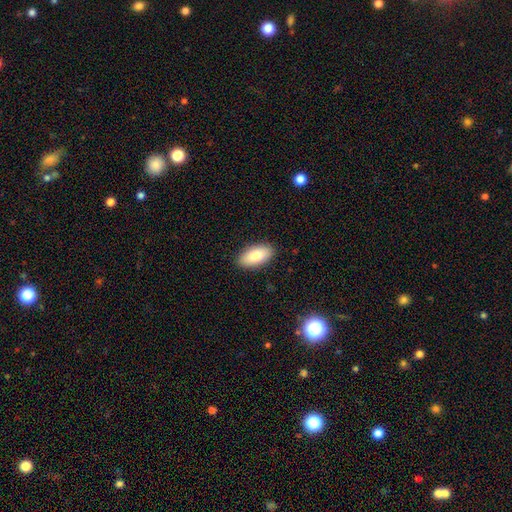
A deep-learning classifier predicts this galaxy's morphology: The model was most divided on "smooth or featured": smooth: 80%, featured or disk: 14%, star or artifact: 7%. More confident: how rounded — in between (93%); merging — none (89%).